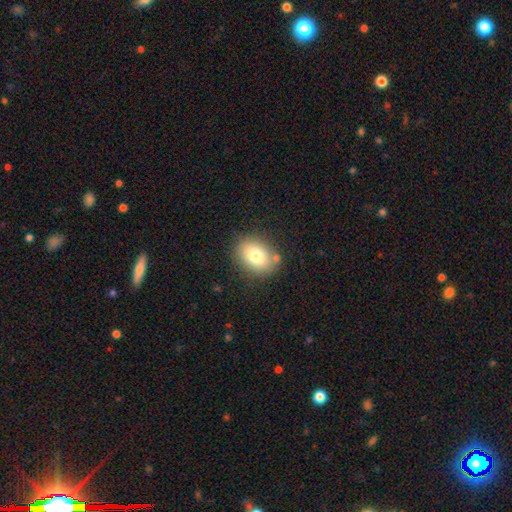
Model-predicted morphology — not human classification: smooth 78%, featured or disk 13%, star or artifact 9%. Down the decision tree: how rounded — in between (69%); merging — none (81%).